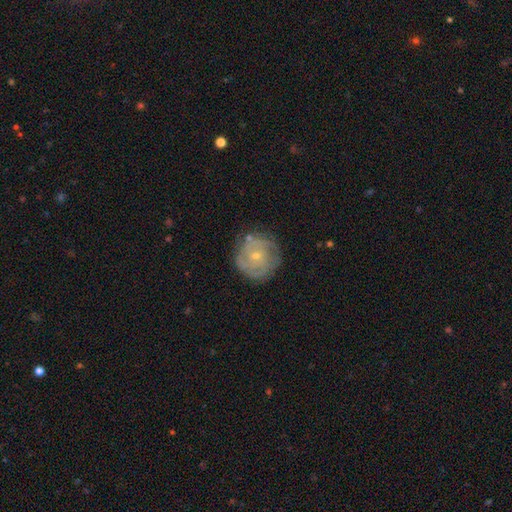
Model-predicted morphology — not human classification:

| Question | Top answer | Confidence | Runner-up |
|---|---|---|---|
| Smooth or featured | featured or disk | 69% | smooth (24%) |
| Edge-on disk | no | 97% | yes (3%) |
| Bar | no | 76% | weak (20%) |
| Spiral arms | yes | 81% | no (19%) |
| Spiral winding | tight | 69% | medium (24%) |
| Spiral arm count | can't tell | 45% | 2 (20%) |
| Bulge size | small | 70% | moderate (26%) |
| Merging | none | 76% | minor disturbance (16%) |